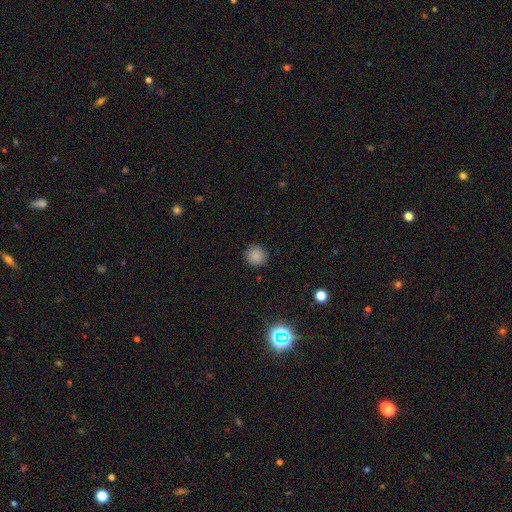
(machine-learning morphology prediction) This is clearly a smooth galaxy (85%). How rounded: clearly round (94%). Merging: clearly none (91%).